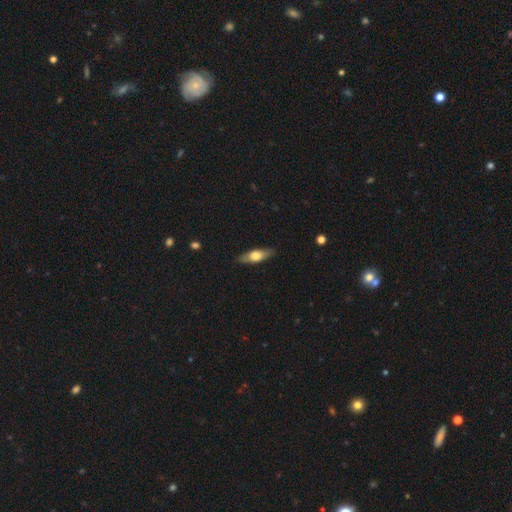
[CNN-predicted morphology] Q: Smooth or featured?
A: smooth (50%); runner-up: featured or disk (44%)
Q: How rounded?
A: cigar-shaped (49%); runner-up: in between (48%)
Q: Merging?
A: none (86%); runner-up: minor disturbance (10%)